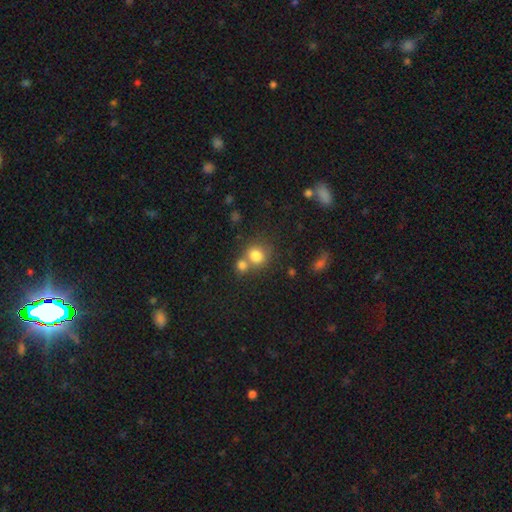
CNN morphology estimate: Smooth or featured: smooth — 79% (star or artifact — 12%)
How rounded: round — 81% (in between — 18%)
Merging: none — 48% (merger — 40%)